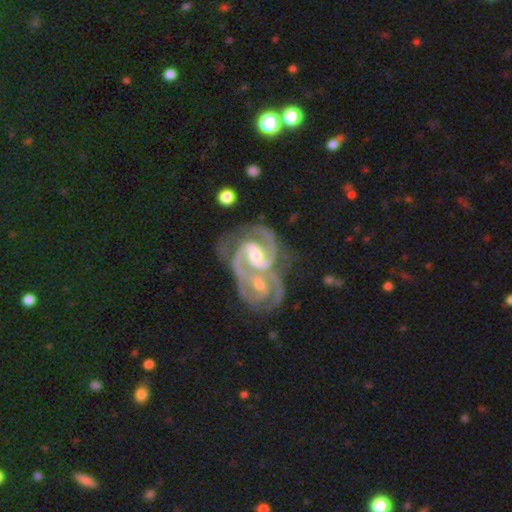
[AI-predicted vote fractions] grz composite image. It shows a featured or disk galaxy (93%) with a weak bar (45%), 2 (87%) medium (56%) spiral arms (98%) and a moderate central bulge (53%). Merging: merger (66%).